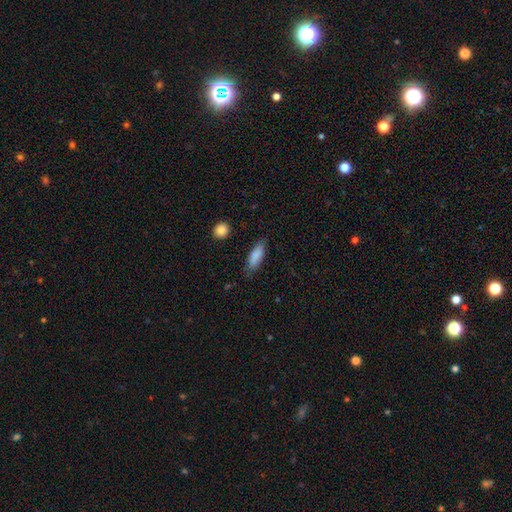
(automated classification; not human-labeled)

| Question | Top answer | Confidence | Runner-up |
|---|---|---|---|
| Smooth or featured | smooth | 83% | featured or disk (10%) |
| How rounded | in between | 54% | cigar-shaped (44%) |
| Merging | none | 77% | minor disturbance (17%) |